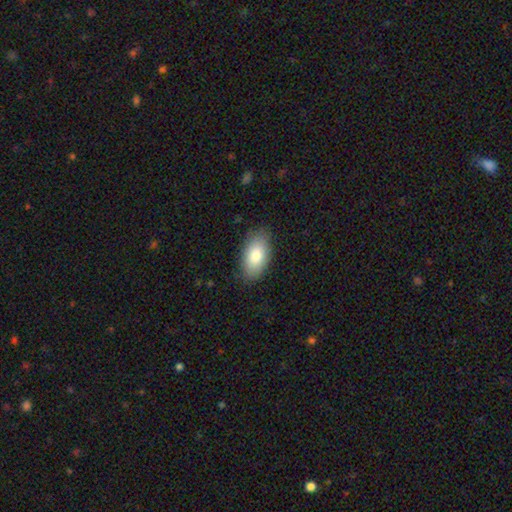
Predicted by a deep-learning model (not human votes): Smooth or featured?
  - smooth: 82% *
  - featured or disk: 11%
  - star or artifact: 6%
How rounded?
  - in between: 94% *
  - round: 3%
  - cigar-shaped: 2%
Merging?
  - none: 84% *
  - minor disturbance: 12%
  - major disturbance: 3%
  - merger: 1%